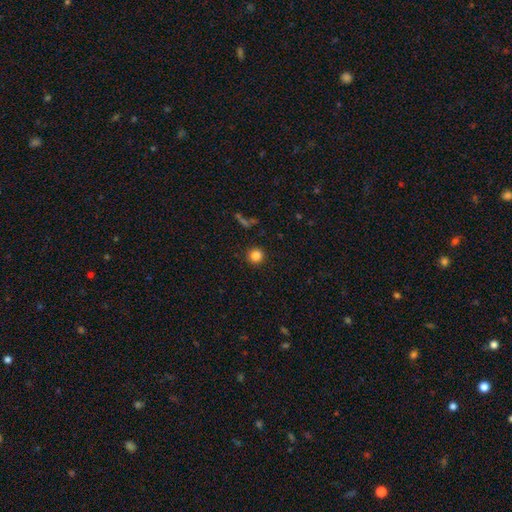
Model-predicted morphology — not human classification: This appears to be a smooth galaxy with no disk features (84%) that is round (95%). Merging: none (91%).